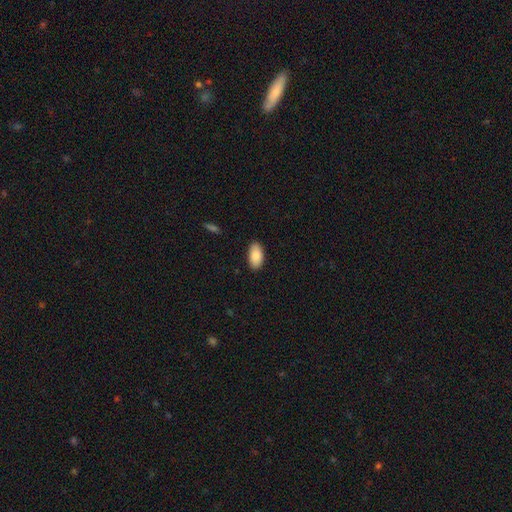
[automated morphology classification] smooth-or-featured: smooth: 87% | star or artifact: 6% | featured or disk: 6%
  how-rounded: in between: 94% | cigar-shaped: 3% | round: 3%
  merging: none: 87% | minor disturbance: 10% | major disturbance: 2% | merger: 1%